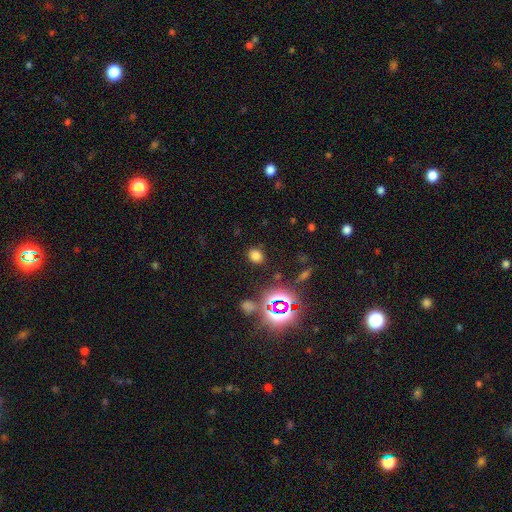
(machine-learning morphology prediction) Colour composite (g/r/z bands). It shows a smooth galaxy with no disk features (68%) that is round (59%). Merging: none (85%).